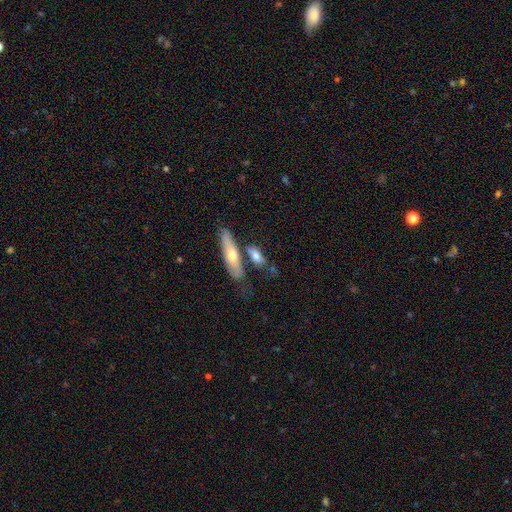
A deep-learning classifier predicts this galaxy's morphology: The model was most divided on "how rounded": in between: 54%, cigar-shaped: 41%, round: 5%. More confident: smooth or featured — smooth (62%); merging — none (52%).